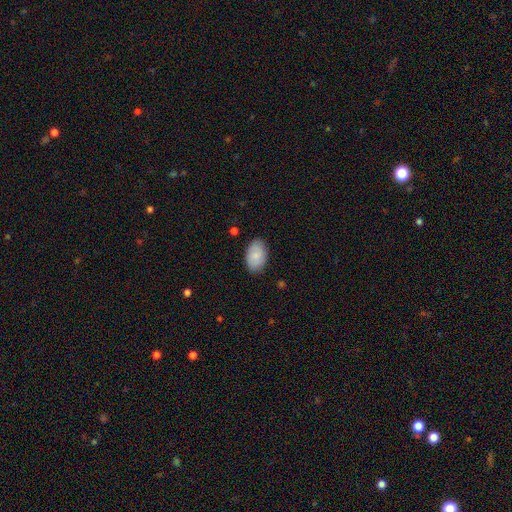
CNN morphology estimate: Smooth or featured? Predicted: smooth (p=0.85). How rounded? Predicted: in between (p=0.91). Merging? Predicted: none (p=0.85).